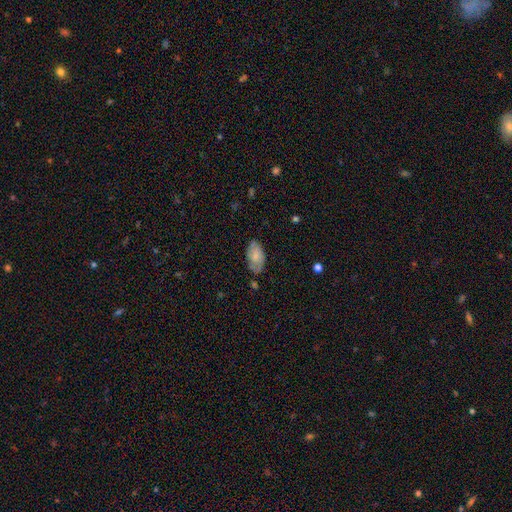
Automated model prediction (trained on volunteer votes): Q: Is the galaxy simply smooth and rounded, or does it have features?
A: smooth — 70%.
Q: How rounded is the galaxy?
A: in between — 94%.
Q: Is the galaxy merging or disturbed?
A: none — 71%.